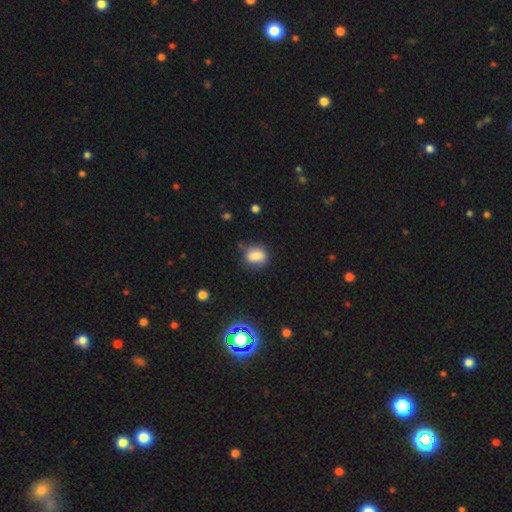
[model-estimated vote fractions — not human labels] smooth-or-featured: smooth: 81% | star or artifact: 10% | featured or disk: 9%
  how-rounded: in between: 56% | round: 42% | cigar-shaped: 2%
  merging: none: 68% | minor disturbance: 22% | major disturbance: 6% | merger: 4%